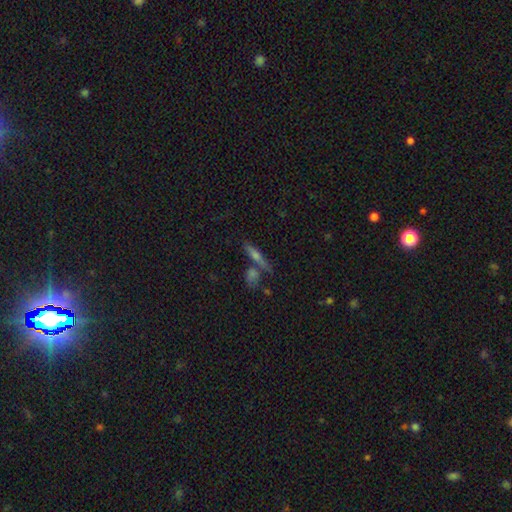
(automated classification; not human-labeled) A featured or disk galaxy (45%). Merging: none (64%).